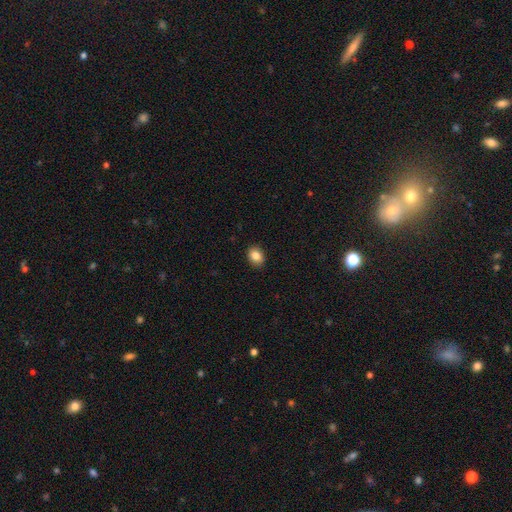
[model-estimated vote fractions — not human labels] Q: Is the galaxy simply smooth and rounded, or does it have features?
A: smooth — 85%.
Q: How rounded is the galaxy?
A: in between — 63%.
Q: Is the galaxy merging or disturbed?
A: none — 90%.